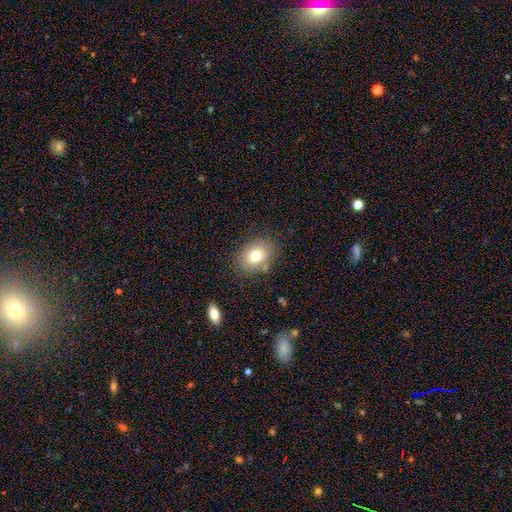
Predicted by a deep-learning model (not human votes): This is likely a smooth galaxy (76%). How rounded: likely in between (63%). Merging: clearly none (80%).